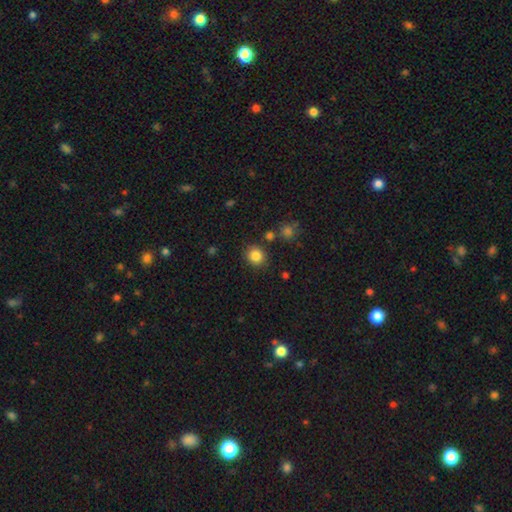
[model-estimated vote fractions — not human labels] Smooth or featured? Predicted: smooth (p=0.84). How rounded? Predicted: round (p=0.84). Merging? Predicted: none (p=0.85).